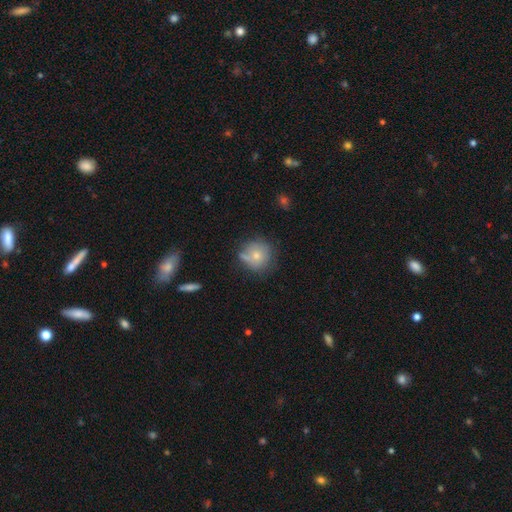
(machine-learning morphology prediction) Smooth or featured? smooth (70%)
How rounded? round (90%)
Merging? none (64%)